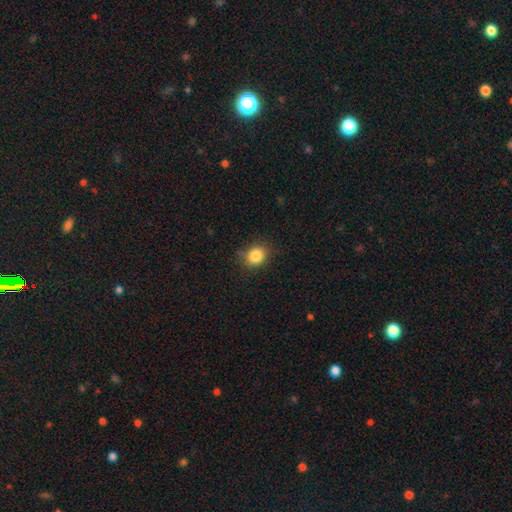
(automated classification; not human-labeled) A smooth galaxy with no disk features (85%) that is round (66%). Merging: none (80%).